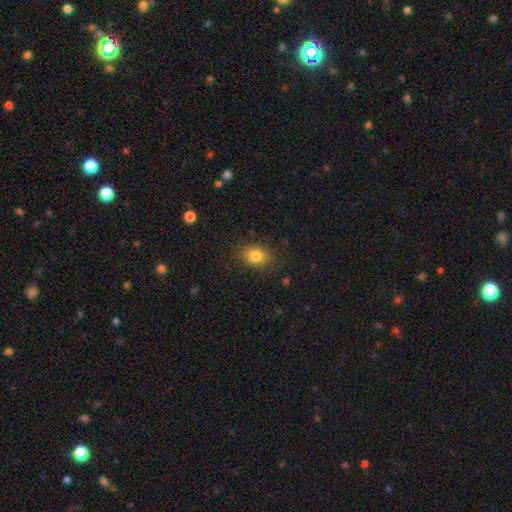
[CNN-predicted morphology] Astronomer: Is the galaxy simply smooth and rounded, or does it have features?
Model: smooth — 82%.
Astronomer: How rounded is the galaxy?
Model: in between — 63%.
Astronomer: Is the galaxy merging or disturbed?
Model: none — 83%.